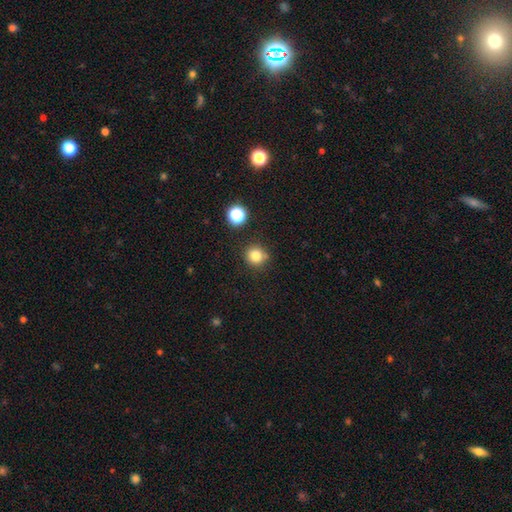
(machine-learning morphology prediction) A smooth galaxy with no disk features (81%) that is round (91%).

Vote fractions:
- Smooth or featured? smooth: 81% / star or artifact: 13% / featured or disk: 6%
- How rounded? round: 91% / in between: 8% / cigar-shaped: 1%
- Merging? none: 82% / minor disturbance: 11% / merger: 4% / major disturbance: 3%